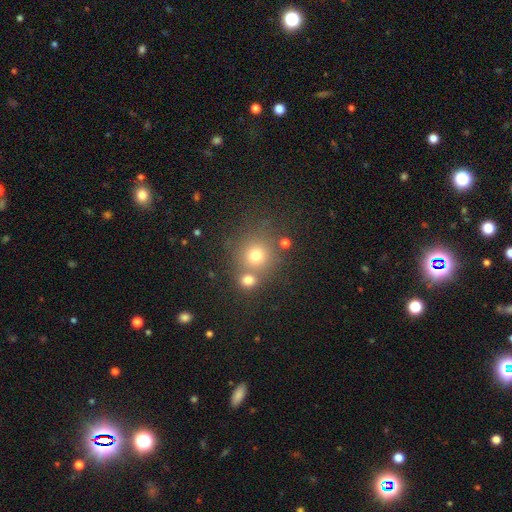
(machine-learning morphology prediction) Smooth or featured? smooth (73%)
How rounded? round (88%)
Merging? none (58%)